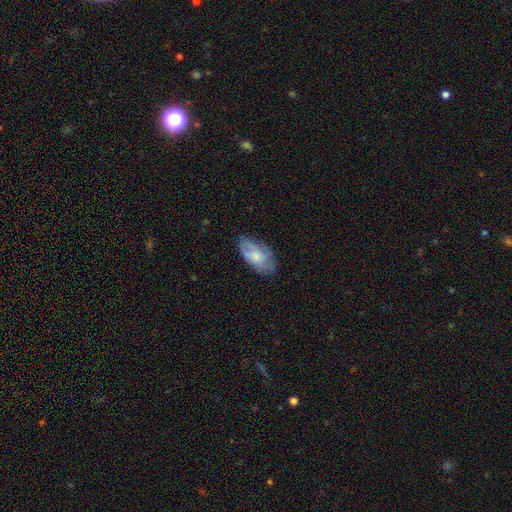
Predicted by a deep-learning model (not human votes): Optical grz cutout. It shows a smooth galaxy with no disk features (61%) that is in between round and cigar-shaped (93%). Merging: none (66%).